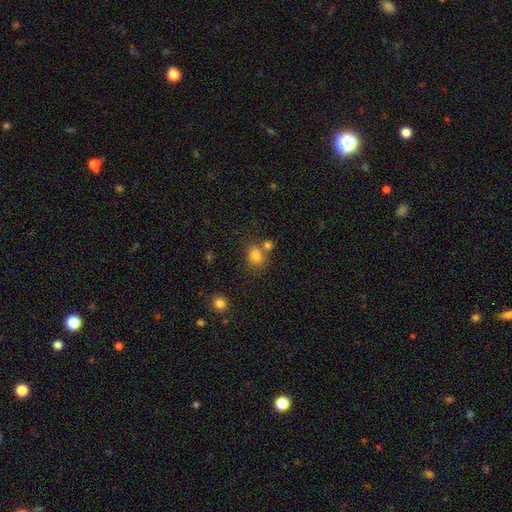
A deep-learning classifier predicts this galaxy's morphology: A smooth galaxy with no disk features (79%) that is round (65%). Merging: none (60%).